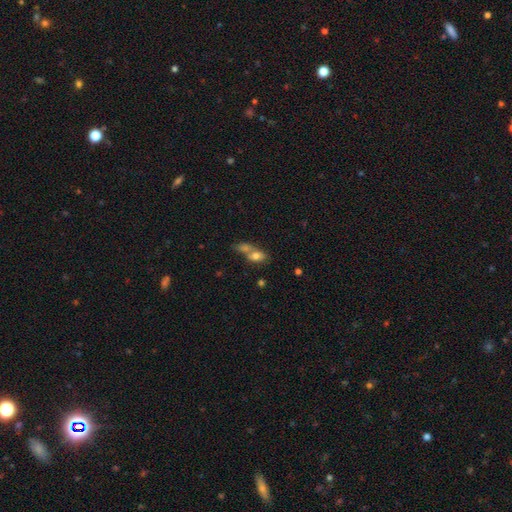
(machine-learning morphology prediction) The model was most divided on "merging": merger: 59%, none: 26%, minor disturbance: 9%, major disturbance: 6%. More confident: how rounded — in between (80%); smooth or featured — smooth (74%).